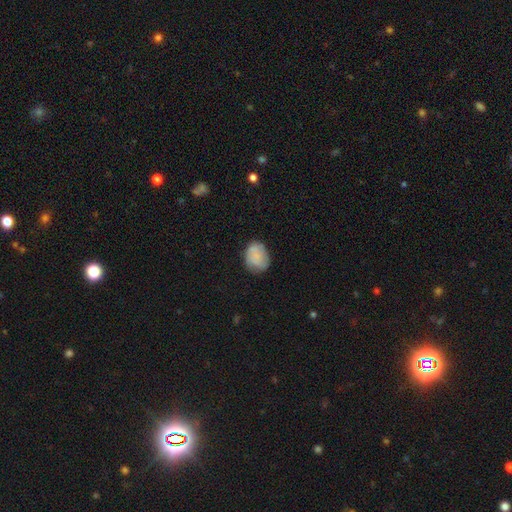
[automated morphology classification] Smooth or featured? Predicted: smooth (p=0.75). How rounded? Predicted: in between (p=0.57). Merging? Predicted: none (p=0.68).